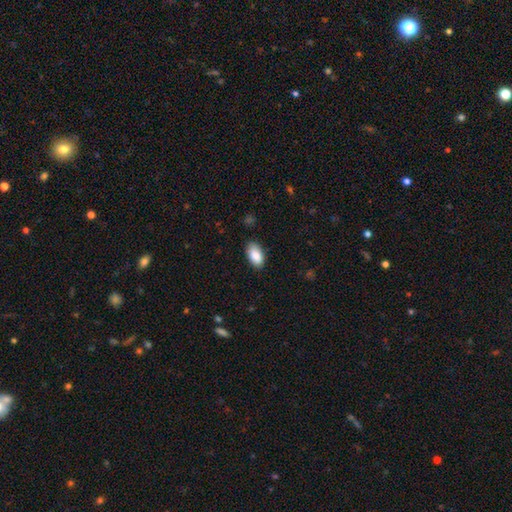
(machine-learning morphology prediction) smooth-or-featured: smooth: 88% | star or artifact: 6% | featured or disk: 6%
  how-rounded: in between: 95% | round: 3% | cigar-shaped: 2%
  merging: none: 84% | minor disturbance: 12% | major disturbance: 2% | merger: 1%